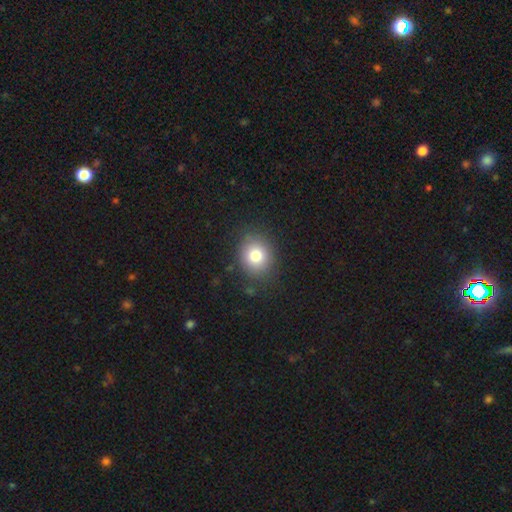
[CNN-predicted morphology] type=smooth (80%); roundness=round (71%); merging=none (85%).